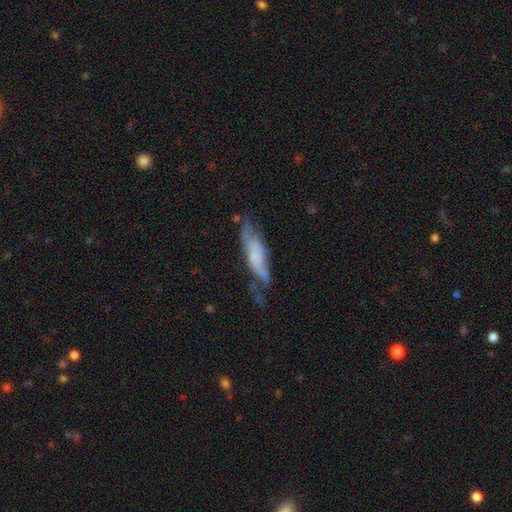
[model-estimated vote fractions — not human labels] smooth-or-featured: featured or disk: 51% | smooth: 42% | star or artifact: 7%
  disk-edge-on: no: 57% | yes: 43%
  merging: none: 43% | minor disturbance: 31% | major disturbance: 22% | merger: 4%